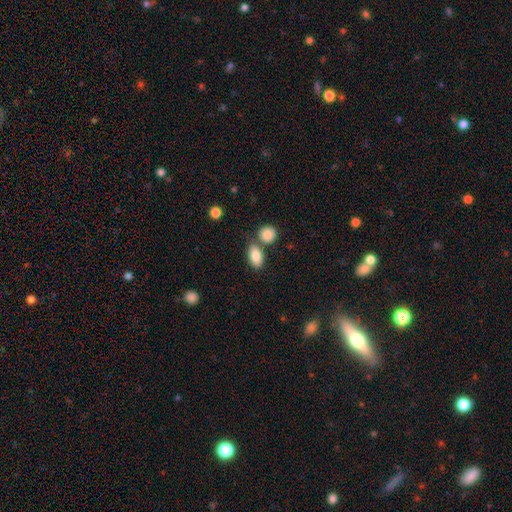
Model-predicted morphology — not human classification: smooth 85%, featured or disk 8%, star or artifact 7%. Down the decision tree: how rounded — in between (88%); merging — none (62%).